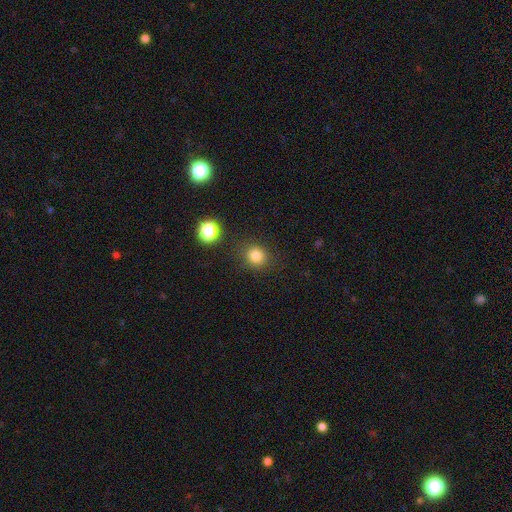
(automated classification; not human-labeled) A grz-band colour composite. It shows a smooth galaxy with no disk features (81%) that is round (83%). Merging: none (85%).